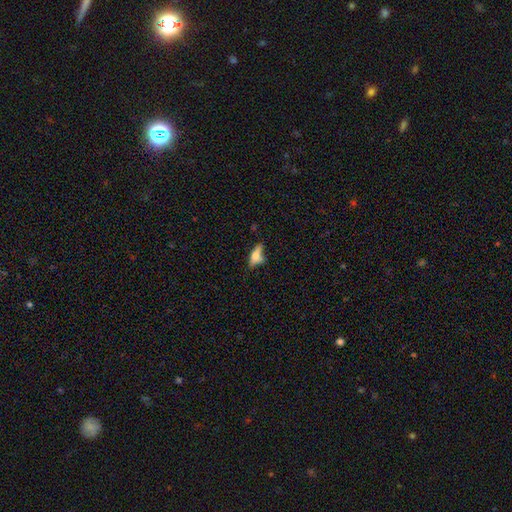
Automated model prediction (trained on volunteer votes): The model was most divided on "smooth or featured": smooth: 51%, featured or disk: 39%, star or artifact: 10%. Remaining: how rounded — in between (60%); merging — none (45%).